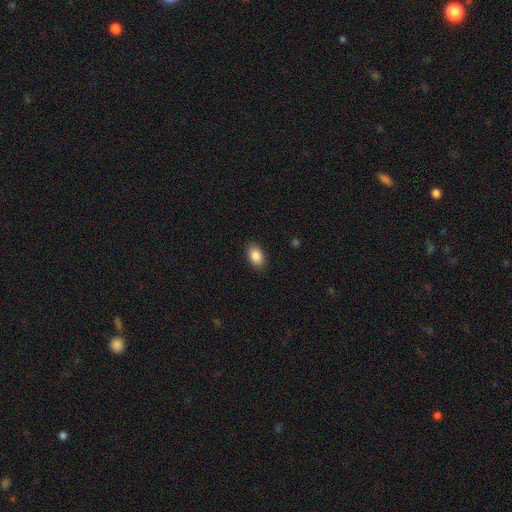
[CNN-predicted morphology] This appears to be a smooth galaxy with no disk features (88%) that is in between round and cigar-shaped (90%). Merging: none (88%).